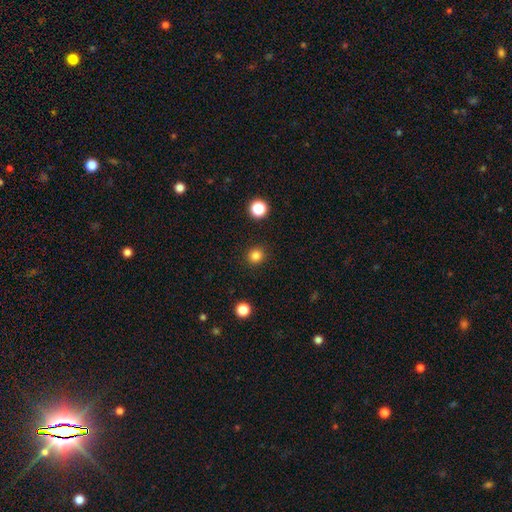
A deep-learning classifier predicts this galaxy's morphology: Q: Smooth or featured?
A: smooth (83%); runner-up: star or artifact (13%)
Q: How rounded?
A: round (90%); runner-up: in between (9%)
Q: Merging?
A: none (90%); runner-up: minor disturbance (6%)